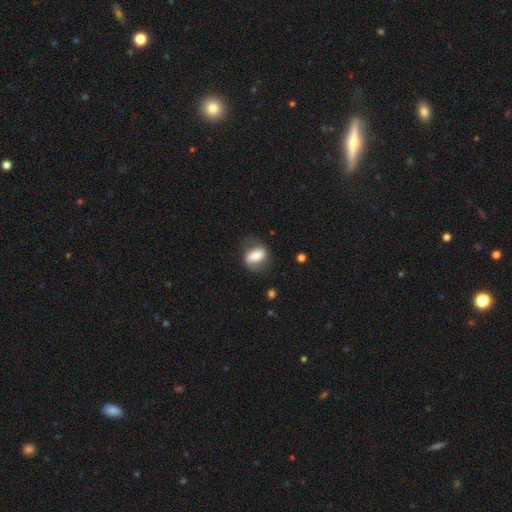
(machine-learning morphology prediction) Smooth or featured? smooth (56%)
How rounded? in between (73%)
Merging? none (66%)